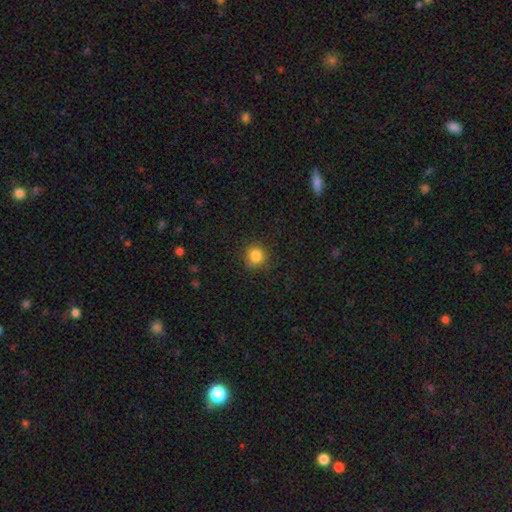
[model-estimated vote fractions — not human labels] Q: Smooth or featured?
A: smooth (84%); runner-up: star or artifact (12%)
Q: How rounded?
A: round (89%); runner-up: in between (10%)
Q: Merging?
A: none (83%); runner-up: minor disturbance (12%)